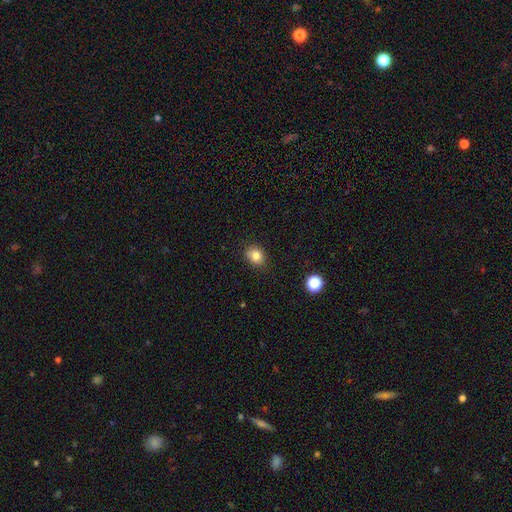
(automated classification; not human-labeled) A smooth galaxy with no disk features (82%) that is round (58%). Merging: none (82%).